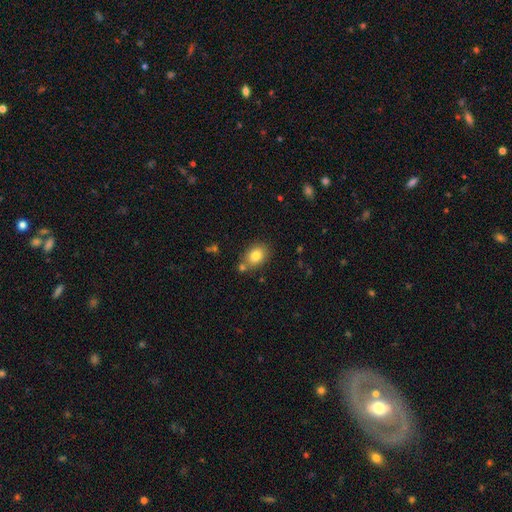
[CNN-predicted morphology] smooth_or_featured: smooth (p=0.81) [alt: featured or disk p=0.09]
how_rounded: in between (p=0.71) [alt: round p=0.28]
merging: none (p=0.71) [alt: minor disturbance p=0.14]